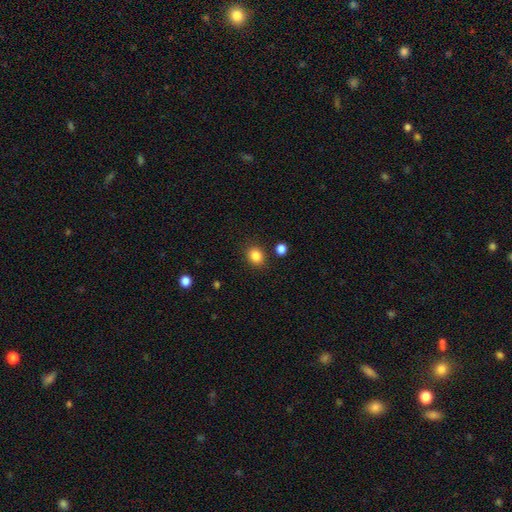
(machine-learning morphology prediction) The model was most divided on "how rounded": round: 64%, in between: 35%, cigar-shaped: 1%. More confident: merging — none (85%); smooth or featured — smooth (85%).